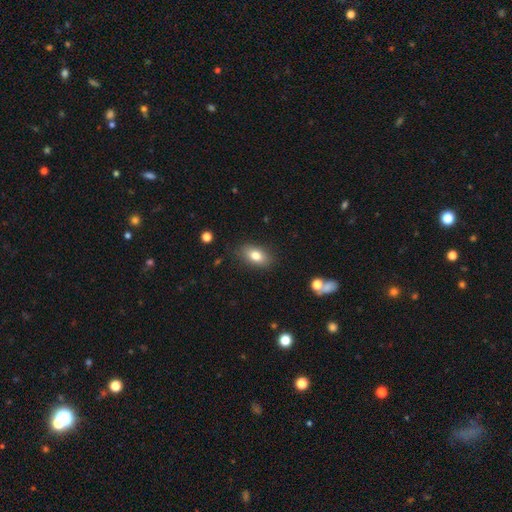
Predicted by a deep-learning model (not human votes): smooth_or_featured: smooth (p=0.80) [alt: featured or disk p=0.12]
how_rounded: in between (p=0.86) [alt: round p=0.10]
merging: none (p=0.85) [alt: minor disturbance p=0.11]